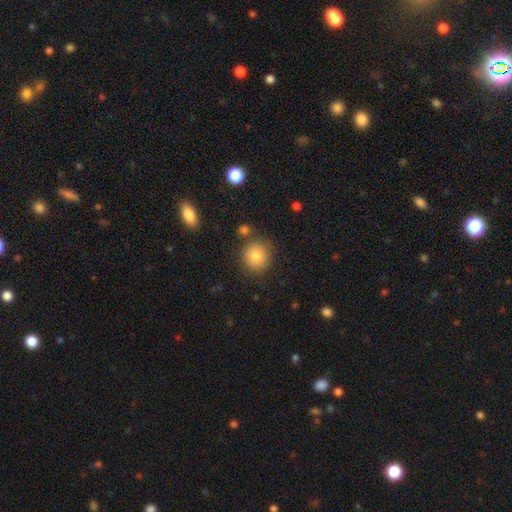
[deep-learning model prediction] A smooth galaxy with no disk features (83%) that is round (87%).

Vote fractions:
- Smooth or featured? smooth: 83% / star or artifact: 10% / featured or disk: 8%
- How rounded? round: 87% / in between: 12% / cigar-shaped: 1%
- Merging? none: 80% / minor disturbance: 11% / merger: 6% / major disturbance: 3%